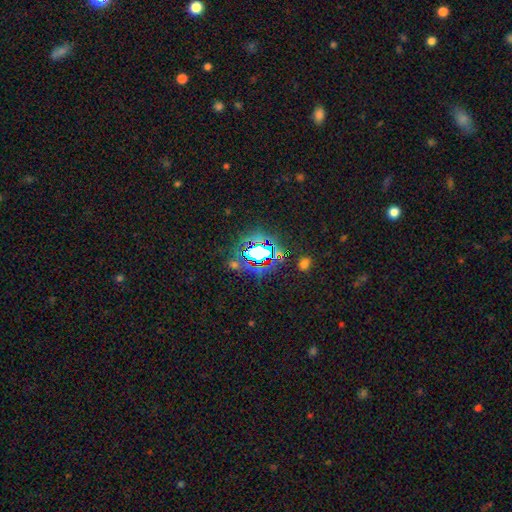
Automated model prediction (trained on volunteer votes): This is likely a star or artifact rather than a galaxy (67%).